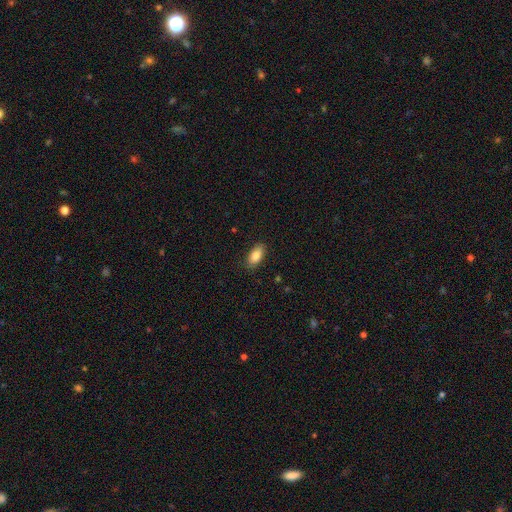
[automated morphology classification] Q: Smooth or featured?
A: smooth (87%); runner-up: star or artifact (7%)
Q: How rounded?
A: in between (91%); runner-up: cigar-shaped (6%)
Q: Merging?
A: none (86%); runner-up: minor disturbance (10%)